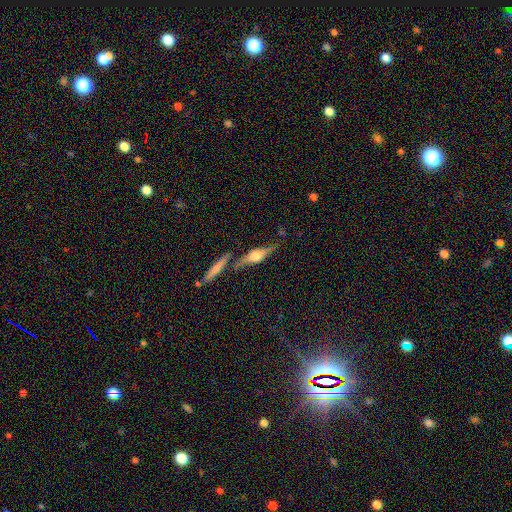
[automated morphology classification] This is likely a featured or disk galaxy (76%). It is clearly viewed edge-on (95%). Edge-on bulge: clearly rounded (91%). Merging: likely none (71%).